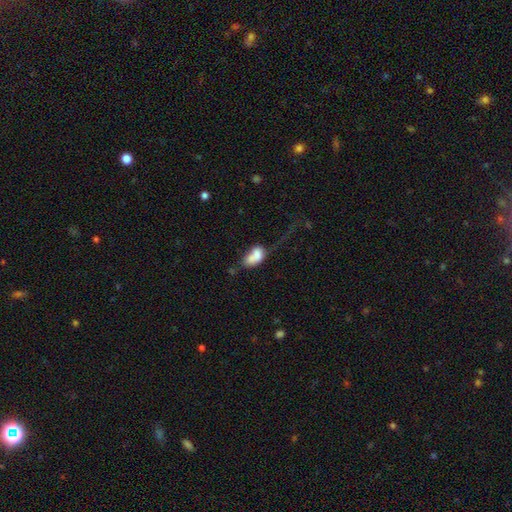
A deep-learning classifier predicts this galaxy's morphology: Smooth or featured?
  - smooth: 70% *
  - featured or disk: 21%
  - star or artifact: 9%
How rounded?
  - in between: 86% *
  - round: 11%
  - cigar-shaped: 3%
Merging?
  - merger: 37% *
  - major disturbance: 26%
  - none: 20%
  - minor disturbance: 17%